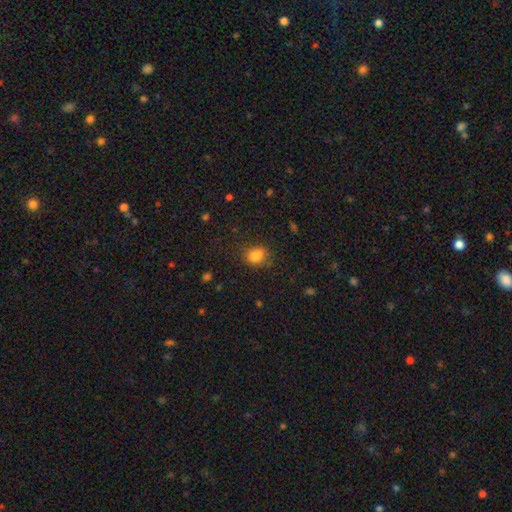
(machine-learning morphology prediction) This is clearly a smooth galaxy (81%). How rounded: possibly in between (55%). Merging: likely none (65%).